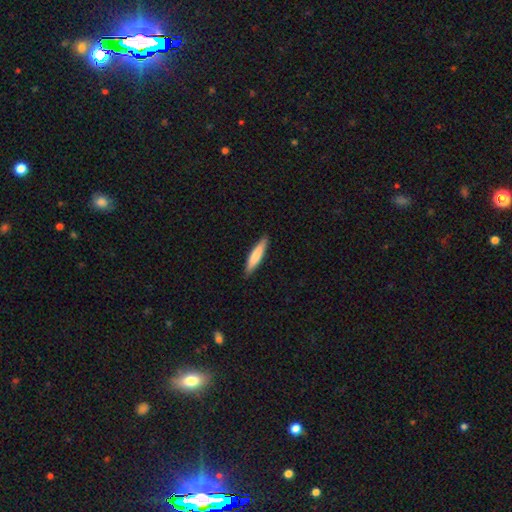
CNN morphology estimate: The model was most divided on "smooth or featured": smooth: 78%, featured or disk: 17%, star or artifact: 5%. More confident: merging — none (89%); how rounded — cigar-shaped (85%).